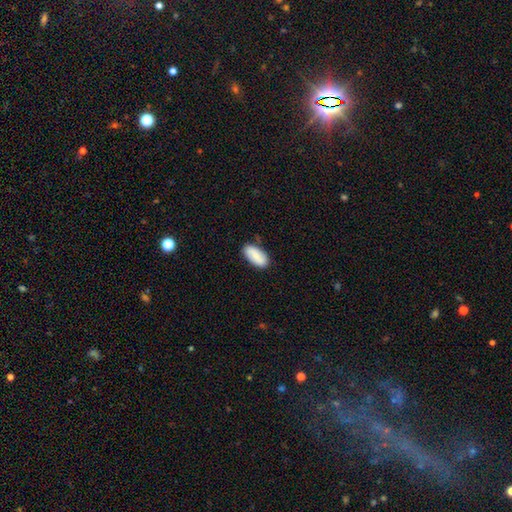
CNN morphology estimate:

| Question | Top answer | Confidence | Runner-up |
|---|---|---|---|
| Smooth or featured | smooth | 81% | featured or disk (13%) |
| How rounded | in between | 90% | cigar-shaped (7%) |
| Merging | none | 82% | minor disturbance (14%) |